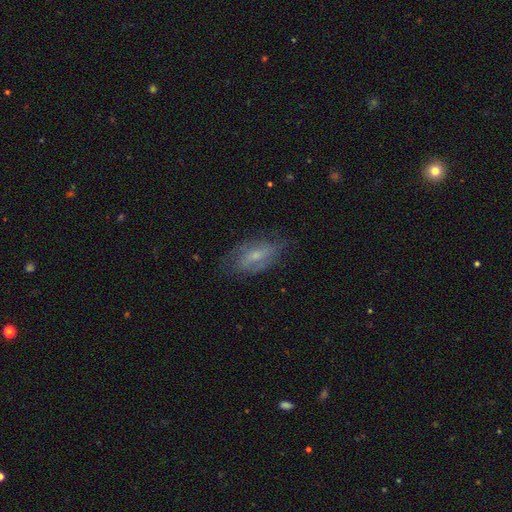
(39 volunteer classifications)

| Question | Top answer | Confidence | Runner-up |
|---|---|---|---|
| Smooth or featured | smooth | 54% | featured or disk (36%) |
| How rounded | in between | 95% | cigar-shaped (5%) |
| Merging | none | 63% | minor disturbance (29%) |